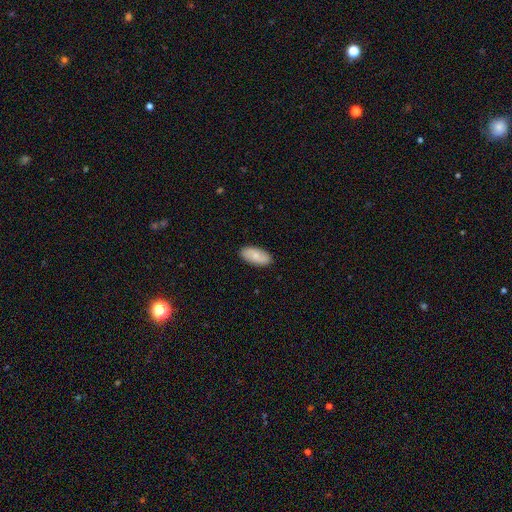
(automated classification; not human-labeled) This is likely a smooth galaxy (68%). How rounded: clearly in between (91%). Merging: clearly none (88%).